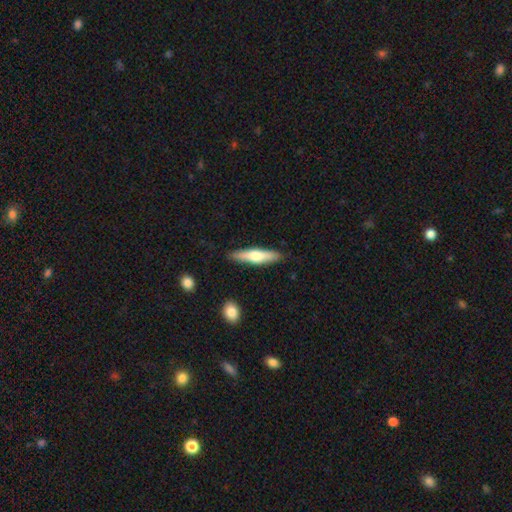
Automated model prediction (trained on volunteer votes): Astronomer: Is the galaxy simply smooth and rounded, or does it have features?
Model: smooth — 58% (runner-up: featured or disk, 36%).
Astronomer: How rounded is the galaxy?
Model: cigar-shaped — 81%.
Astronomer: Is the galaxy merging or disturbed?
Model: none — 86%.